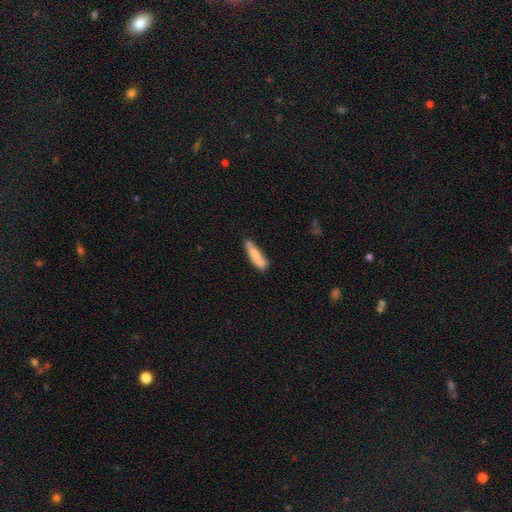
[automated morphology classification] Smooth or featured? smooth (76%)
How rounded? cigar-shaped (73%)
Merging? none (71%)